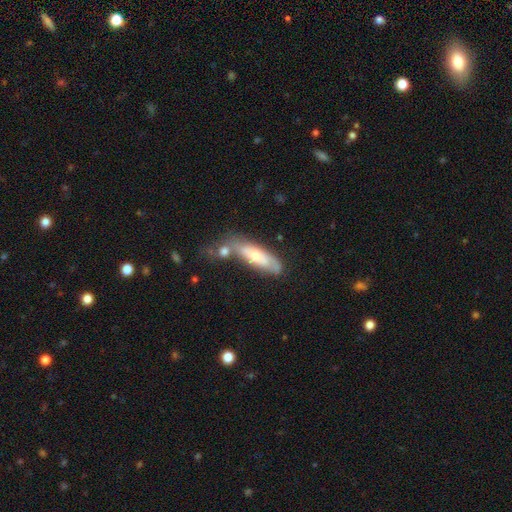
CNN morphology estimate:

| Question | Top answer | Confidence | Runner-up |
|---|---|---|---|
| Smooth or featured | featured or disk | 47% | tied: smooth (47%) |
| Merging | none | 47% | merger (27%) |